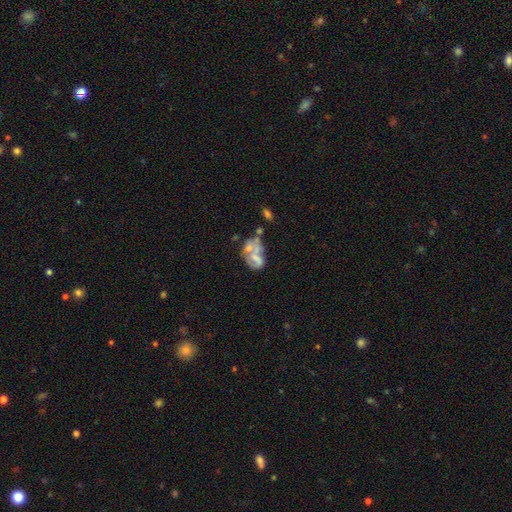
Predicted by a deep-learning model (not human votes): The model was most divided on "merging": merger: 38%, none: 23%, major disturbance: 22%, minor disturbance: 17%. More confident: edge-on disk — no (98%); spiral arms — no (87%); bar — no (86%); smooth or featured — featured or disk (55%); bulge size — none (52%).